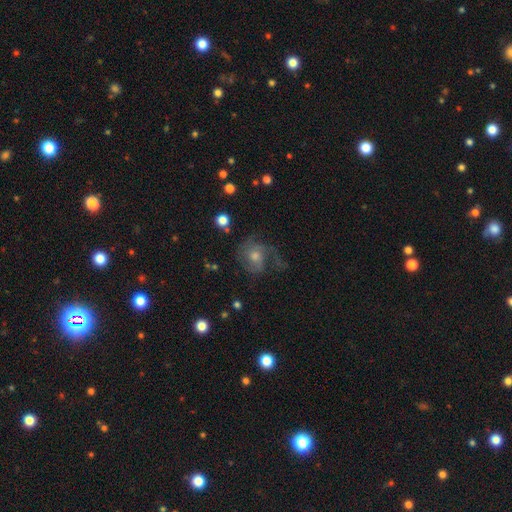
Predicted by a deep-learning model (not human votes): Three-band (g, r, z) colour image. It shows a featured or disk galaxy (64%) with no bar (74%), medium (44%) spiral arms (86%) and a moderate central bulge (57%). Merging: none (50%).